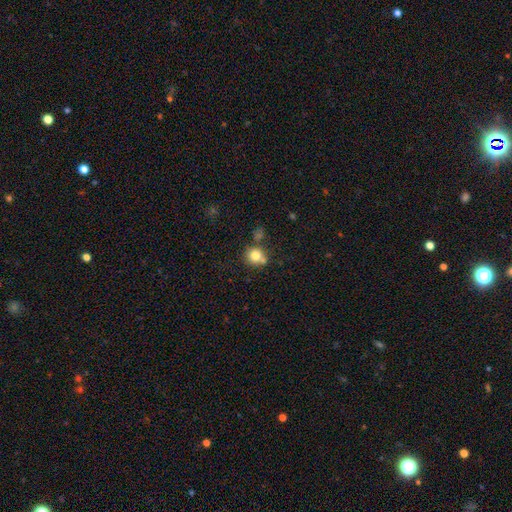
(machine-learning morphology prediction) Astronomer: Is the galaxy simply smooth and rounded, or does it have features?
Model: smooth — 78%.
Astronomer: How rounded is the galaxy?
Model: round — 88%.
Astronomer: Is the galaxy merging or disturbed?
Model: none — 62%.